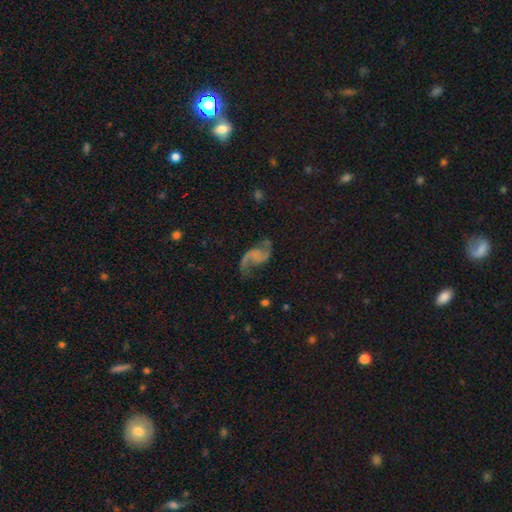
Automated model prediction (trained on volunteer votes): Smooth or featured? featured or disk (83%)
Edge-on disk? no (98%)
Bar? no (62%)
Spiral arms? yes (95%)
Spiral winding? loose (72%)
Spiral arm count? 2 (89%)
Bulge size? none (70%)
Merging? none (63%)